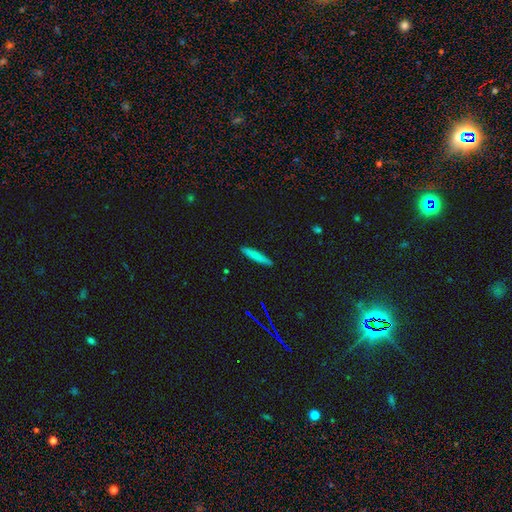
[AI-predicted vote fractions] Q: Smooth or featured?
A: smooth (76%); runner-up: featured or disk (16%)
Q: How rounded?
A: cigar-shaped (90%); runner-up: in between (8%)
Q: Merging?
A: none (90%); runner-up: minor disturbance (7%)